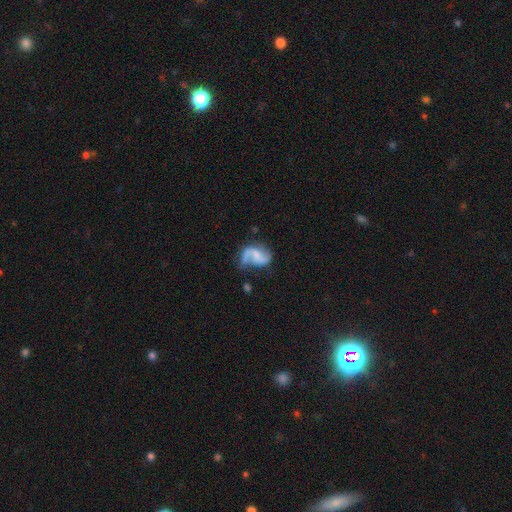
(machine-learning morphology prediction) This is likely a featured or disk galaxy (76%). It is clearly not viewed edge-on (98%). Bar: marginally weak (43%). Spiral arm pattern: clearly yes (91%). Spiral arm count: clearly 2 (81%). Spiral winding: likely loose (61%). Central bulge: marginally none (37%, tied with small). Merging: possibly none (47%).